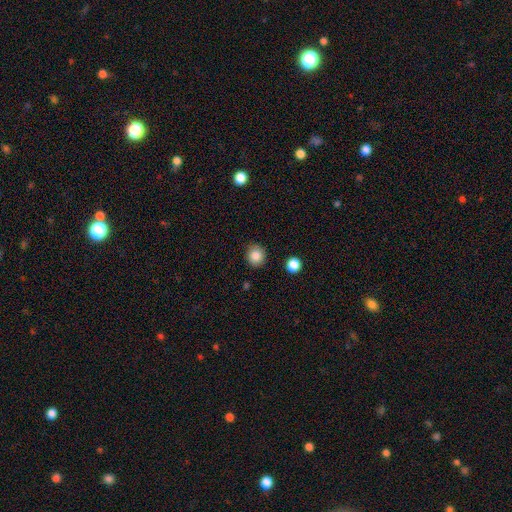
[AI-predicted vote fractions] This is clearly a smooth galaxy (86%). How rounded: clearly round (89%). Merging: clearly none (89%).